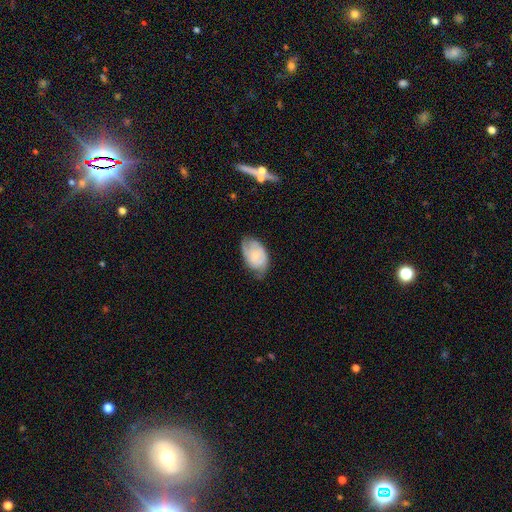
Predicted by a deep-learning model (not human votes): Smooth or featured: smooth — 49% (featured or disk — 44%)
Merging: none — 57% (minor disturbance — 33%)